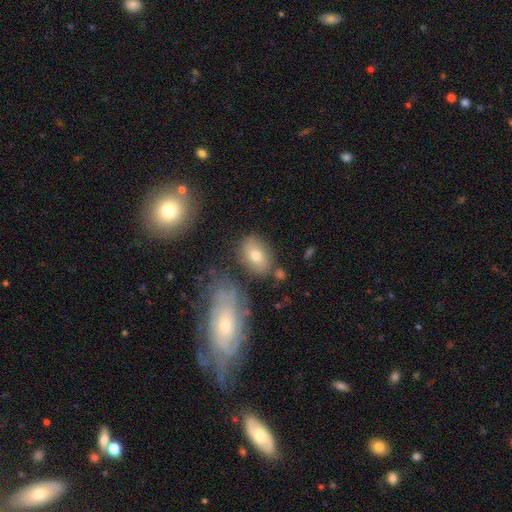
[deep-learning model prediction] Q: Smooth or featured?
A: smooth (67%); runner-up: featured or disk (23%)
Q: How rounded?
A: in between (81%); runner-up: round (17%)
Q: Merging?
A: none (71%); runner-up: minor disturbance (15%)